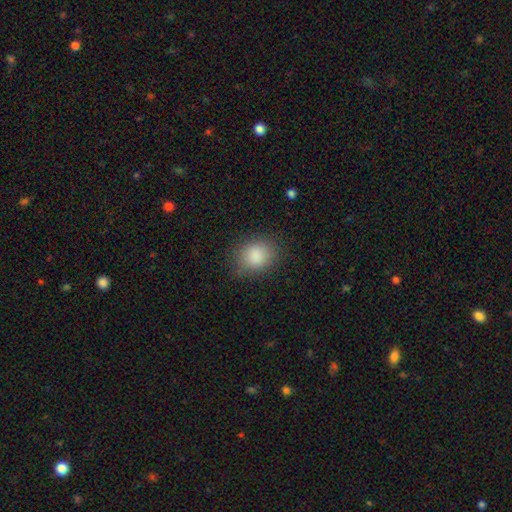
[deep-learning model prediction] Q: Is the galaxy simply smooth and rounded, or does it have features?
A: smooth — 86%.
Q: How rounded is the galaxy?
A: round — 55%.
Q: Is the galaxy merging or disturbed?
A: none — 80%.